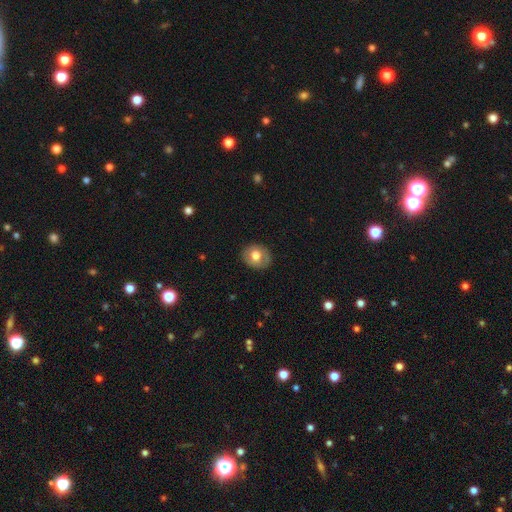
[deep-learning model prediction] A smooth galaxy with no disk features (68%) that is round (63%).

Vote fractions:
- Smooth or featured? smooth: 68% / featured or disk: 25% / star or artifact: 7%
- How rounded? round: 63% / in between: 36% / cigar-shaped: 1%
- Merging? none: 84% / minor disturbance: 12% / major disturbance: 3% / merger: 1%